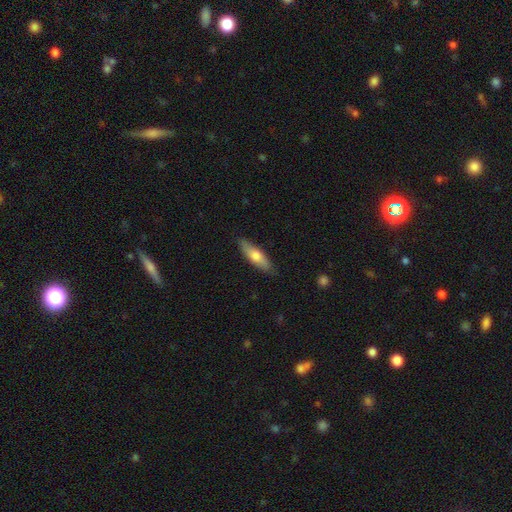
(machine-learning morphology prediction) This is likely a smooth galaxy (67%). How rounded: possibly cigar-shaped (53%). Merging: clearly none (85%).